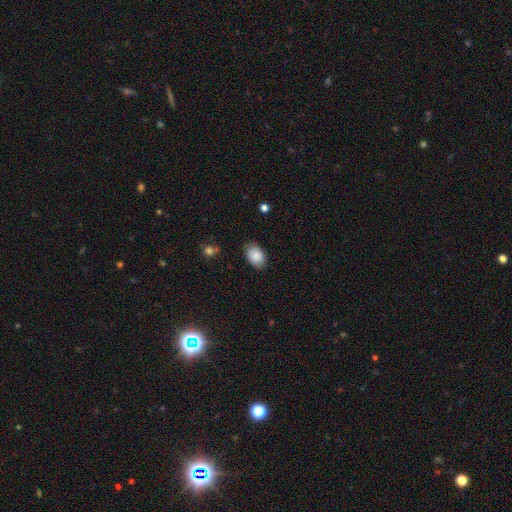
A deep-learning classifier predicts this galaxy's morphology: Smooth or featured? smooth (87%)
How rounded? in between (87%)
Merging? none (83%)